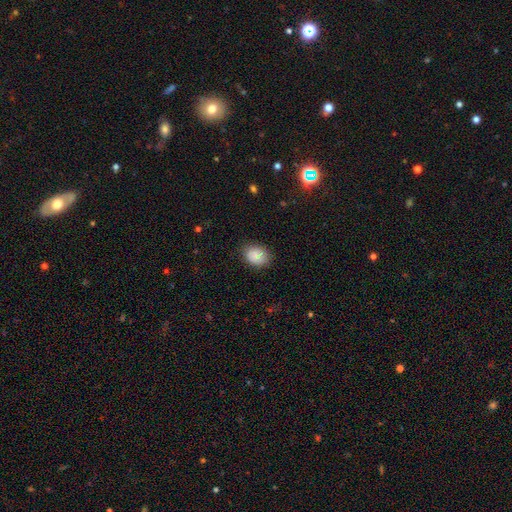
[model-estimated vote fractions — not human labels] Q: Smooth or featured?
A: smooth (82%); runner-up: featured or disk (9%)
Q: How rounded?
A: in between (64%); runner-up: round (35%)
Q: Merging?
A: none (82%); runner-up: minor disturbance (14%)